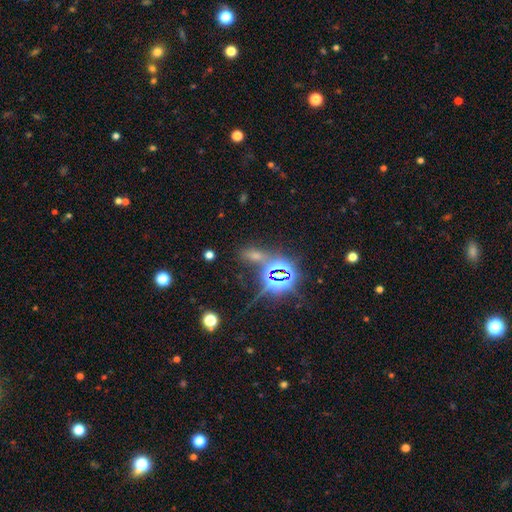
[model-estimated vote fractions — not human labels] This is likely a star or artifact rather than a galaxy (68%).